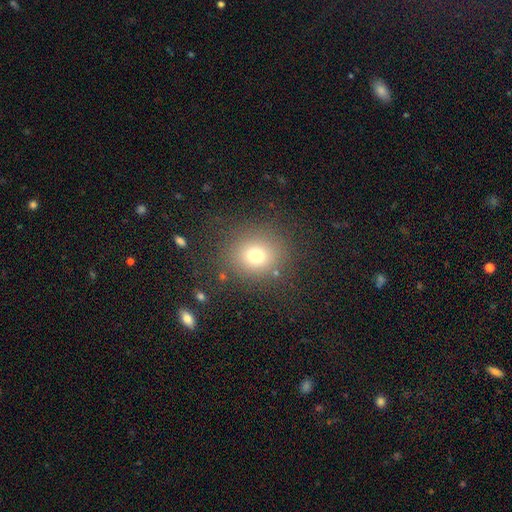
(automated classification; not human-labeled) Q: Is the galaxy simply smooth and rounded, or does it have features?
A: smooth — 73%.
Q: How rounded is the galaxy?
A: round — 85%.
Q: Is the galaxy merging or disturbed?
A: none — 83%.